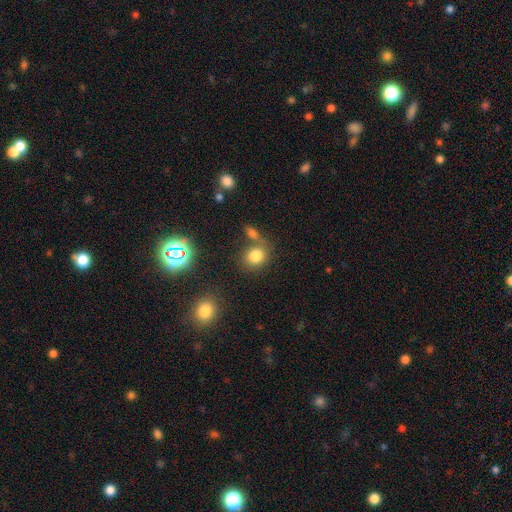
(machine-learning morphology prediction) Q: Smooth or featured?
A: smooth (80%); runner-up: star or artifact (12%)
Q: How rounded?
A: round (67%); runner-up: in between (32%)
Q: Merging?
A: none (57%); runner-up: merger (25%)